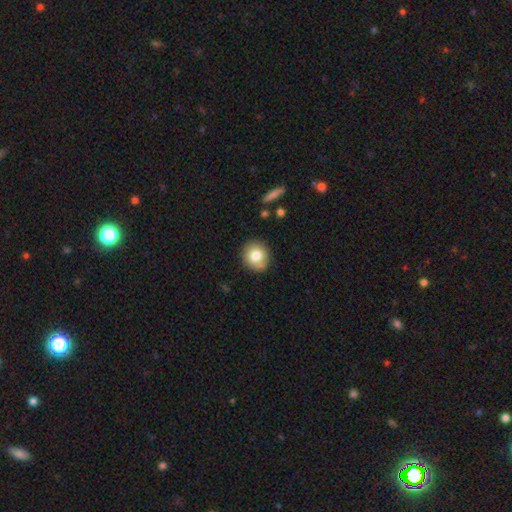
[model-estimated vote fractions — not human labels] The model was most divided on "how rounded": round: 80%, in between: 19%, cigar-shaped: 1%. More confident: merging — none (79%); smooth or featured — smooth (78%).